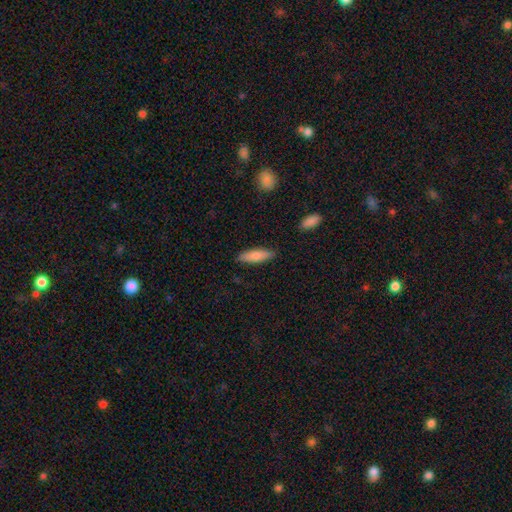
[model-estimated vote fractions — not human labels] The model was most divided on "how rounded": cigar-shaped: 56%, in between: 43%, round: 2%. More confident: merging — none (87%); smooth or featured — smooth (81%).